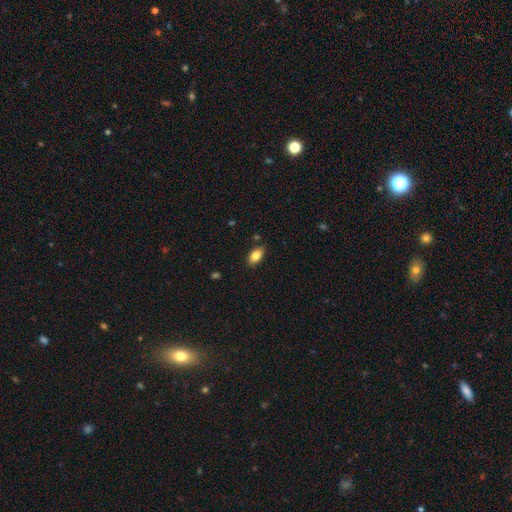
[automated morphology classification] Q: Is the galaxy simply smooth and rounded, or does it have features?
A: smooth — 83%.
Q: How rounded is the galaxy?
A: in between — 91%.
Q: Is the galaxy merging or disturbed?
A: none — 86%.